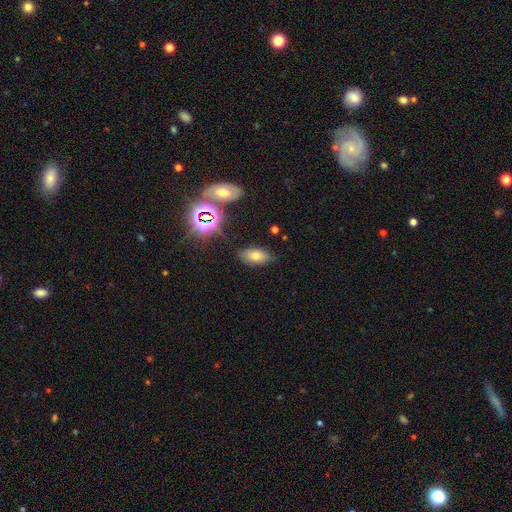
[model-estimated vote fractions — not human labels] This is likely a smooth galaxy (61%). How rounded: clearly in between (89%). Merging: likely none (80%).